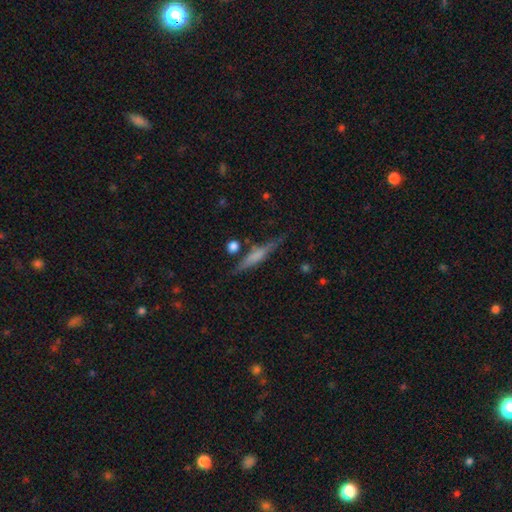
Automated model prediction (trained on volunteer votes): smooth_or_featured: featured or disk (p=0.51) [alt: smooth p=0.41]
disk_edge_on: yes (p=0.95) [alt: no p=0.05]
merging: none (p=0.78) [alt: minor disturbance p=0.14]